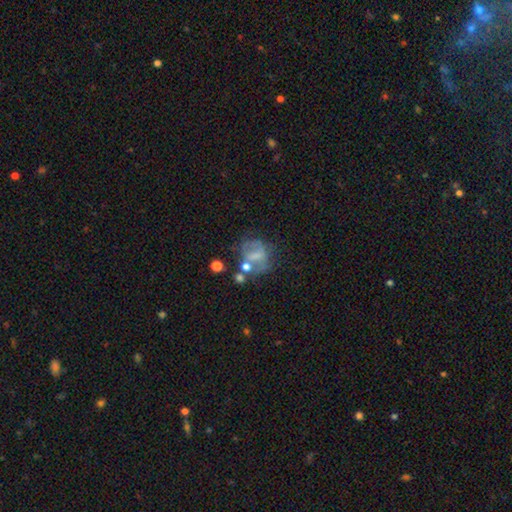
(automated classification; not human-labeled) Smooth or featured?
  - smooth: 46% *
  - featured or disk: 40%
  - star or artifact: 14%
Merging?
  - none: 38% *
  - major disturbance: 24%
  - minor disturbance: 21%
  - merger: 17%